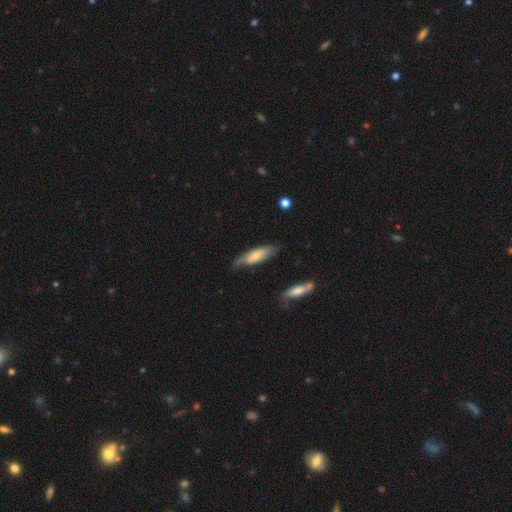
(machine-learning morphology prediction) Smooth or featured? Predicted: smooth (p=0.61). How rounded? Predicted: in between (p=0.54). Merging? Predicted: none (p=0.63).